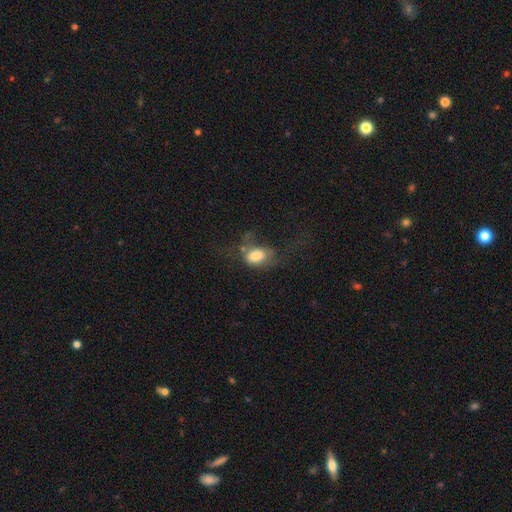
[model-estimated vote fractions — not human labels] Q: Smooth or featured?
A: smooth (73%); runner-up: featured or disk (18%)
Q: How rounded?
A: in between (83%); runner-up: round (15%)
Q: Merging?
A: major disturbance (42%); runner-up: none (28%)